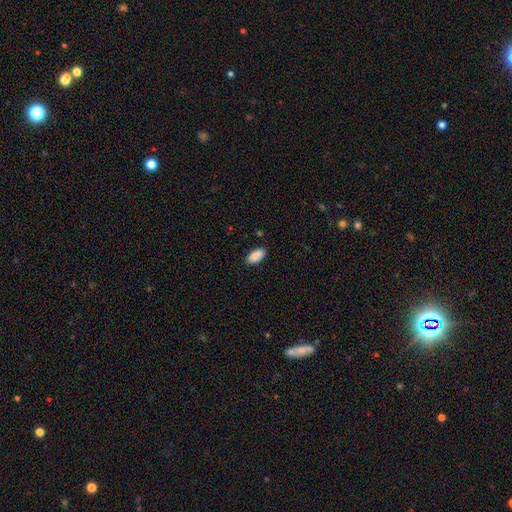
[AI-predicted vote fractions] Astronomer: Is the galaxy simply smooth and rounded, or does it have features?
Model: smooth — 90%.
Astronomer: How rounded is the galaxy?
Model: in between — 92%.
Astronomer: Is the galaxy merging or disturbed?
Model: none — 87%.